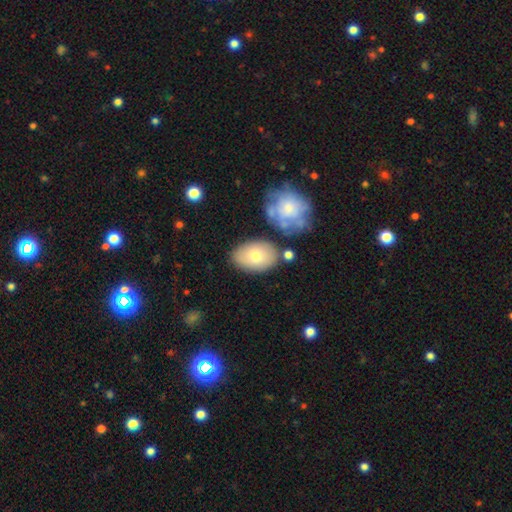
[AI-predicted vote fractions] This appears to be a smooth galaxy with no disk features (73%) that is in between round and cigar-shaped (86%). Merging: none (73%).